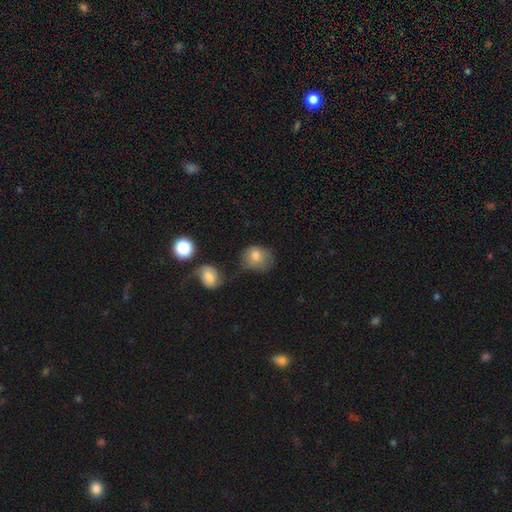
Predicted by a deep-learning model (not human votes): smooth-or-featured: smooth: 78% | featured or disk: 13% | star or artifact: 9%
  how-rounded: round: 63% | in between: 36% | cigar-shaped: 1%
  merging: none: 39% | minor disturbance: 32% | major disturbance: 18% | merger: 11%